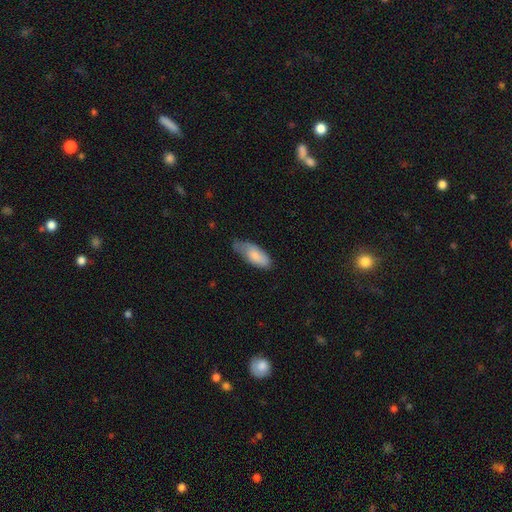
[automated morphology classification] This appears to be a smooth galaxy with no disk features (79%) that is in between round and cigar-shaped (83%). Merging: none (48%).